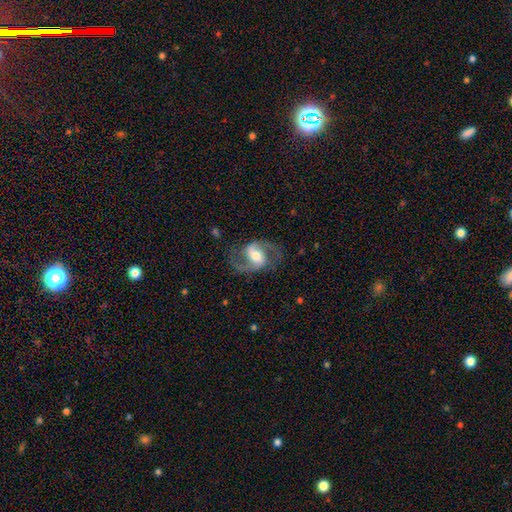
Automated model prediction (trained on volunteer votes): smooth_or_featured: featured or disk (p=0.88) [alt: smooth p=0.07]
disk_edge_on: no (p=0.97) [alt: yes p=0.03]
bar: weak (p=0.44) [alt: strong p=0.33]
has_spiral_arms: yes (p=0.97) [alt: no p=0.03]
spiral_winding: medium (p=0.54) [alt: loose p=0.36]
spiral_arm_count: 2 (p=0.93) [alt: 1 p=0.02]
bulge_size: moderate (p=0.62) [alt: small p=0.22]
merging: none (p=0.77) [alt: minor disturbance p=0.13]